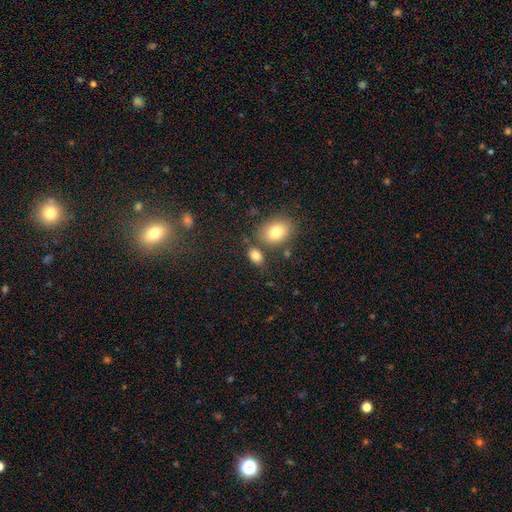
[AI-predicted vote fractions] Overall: smooth (82%). How rounded: in between (80%). Merging: none (69%).